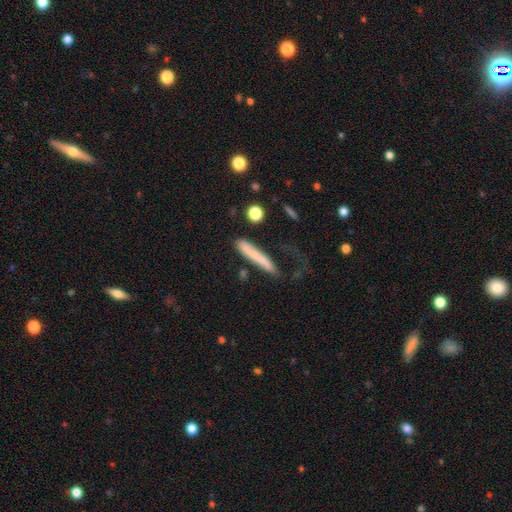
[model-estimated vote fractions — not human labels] This is likely a smooth galaxy (66%). How rounded: clearly cigar-shaped (92%). Merging: possibly none (47%).